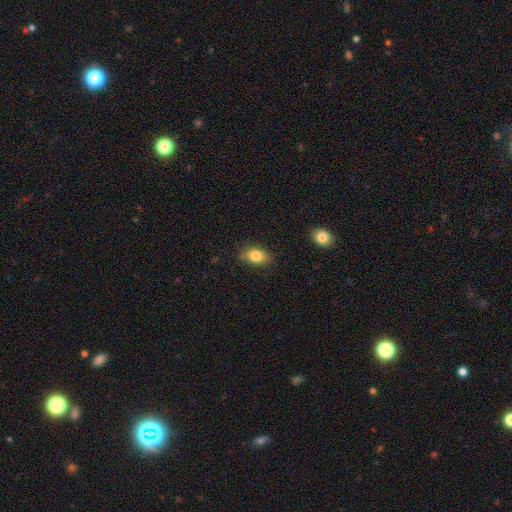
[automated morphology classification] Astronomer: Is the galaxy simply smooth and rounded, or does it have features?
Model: smooth — 82%.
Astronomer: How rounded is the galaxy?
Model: in between — 83%.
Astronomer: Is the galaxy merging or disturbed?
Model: none — 79%.